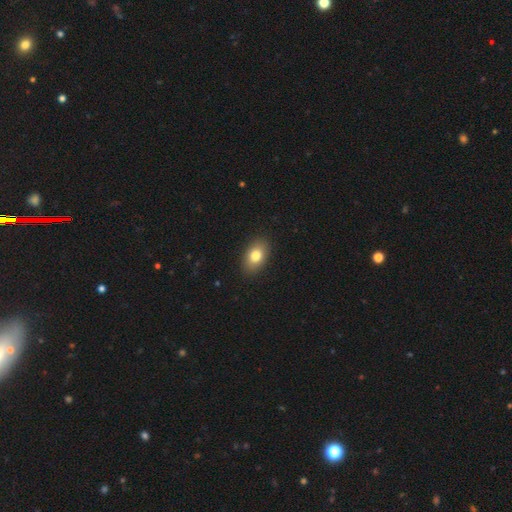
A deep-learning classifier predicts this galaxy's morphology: Smooth or featured: smooth — 80% (featured or disk — 12%)
How rounded: in between — 86% (round — 13%)
Merging: none — 89% (minor disturbance — 8%)